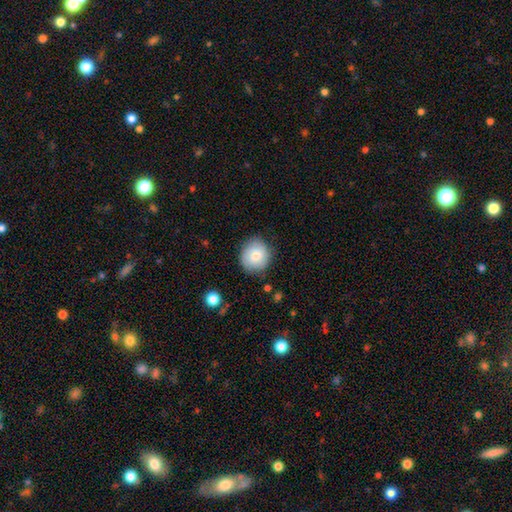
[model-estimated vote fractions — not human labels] Smooth or featured? Predicted: smooth (p=0.78). How rounded? Predicted: round (p=0.84). Merging? Predicted: none (p=0.81).